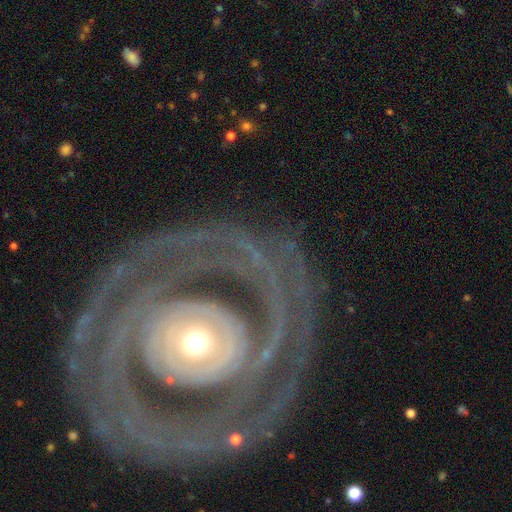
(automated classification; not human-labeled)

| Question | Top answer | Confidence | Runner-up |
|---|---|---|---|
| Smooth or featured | featured or disk | 86% | smooth (9%) |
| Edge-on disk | no | 97% | yes (3%) |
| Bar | no | 69% | weak (17%) |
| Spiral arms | yes | 82% | no (18%) |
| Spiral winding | tight | 79% | medium (15%) |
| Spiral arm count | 2 | 30% | can't tell (29%) |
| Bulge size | moderate | 59% | small (28%) |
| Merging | none | 78% | minor disturbance (12%) |